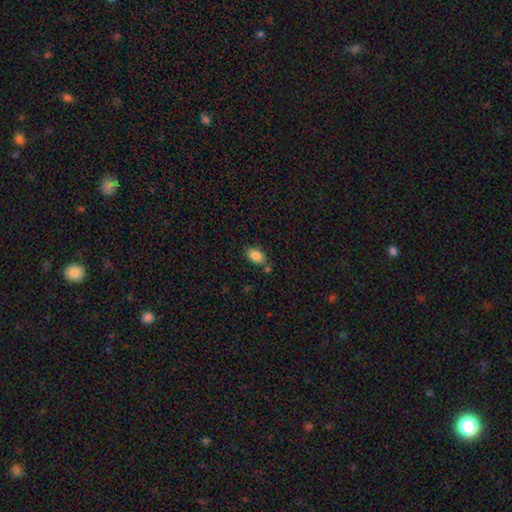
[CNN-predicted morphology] smooth 85%, star or artifact 8%, featured or disk 7%. Down the decision tree: how rounded — in between (89%); merging — none (73%).